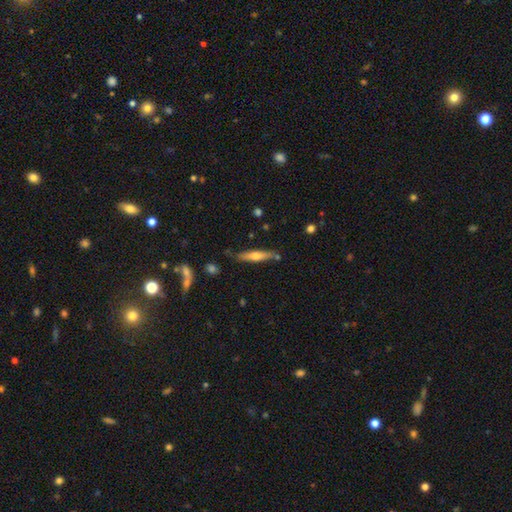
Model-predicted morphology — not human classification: smooth 48%, featured or disk 46%, star or artifact 6%. Down the decision tree: merging — none (78%).